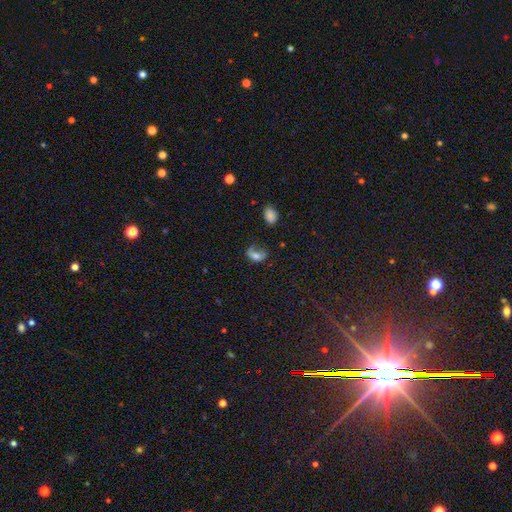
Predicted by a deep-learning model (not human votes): Smooth or featured: smooth — 65% (featured or disk — 22%)
How rounded: in between — 85% (round — 12%)
Merging: major disturbance — 36% (none — 30%)